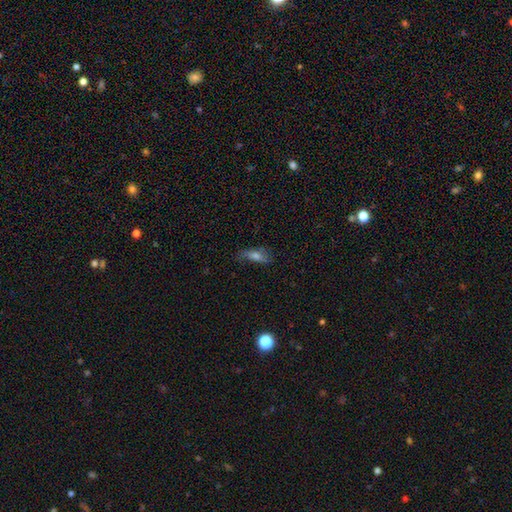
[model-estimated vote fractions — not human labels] This appears to be a smooth galaxy with no disk features (59%) that is in between round and cigar-shaped (63%). Merging: none (59%).